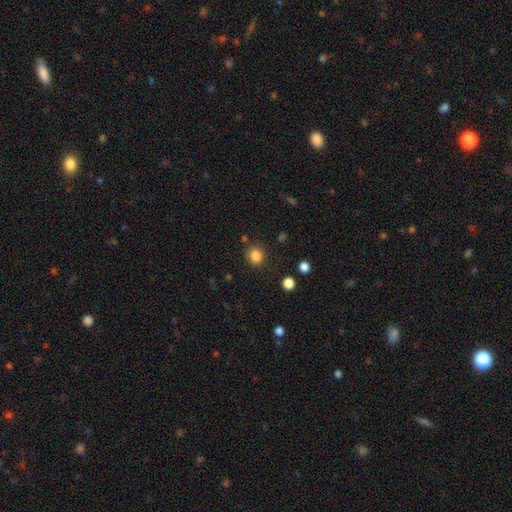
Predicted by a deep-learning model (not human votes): Morphology: type=smooth (84%); roundness=round (74%); merging=none (84%).